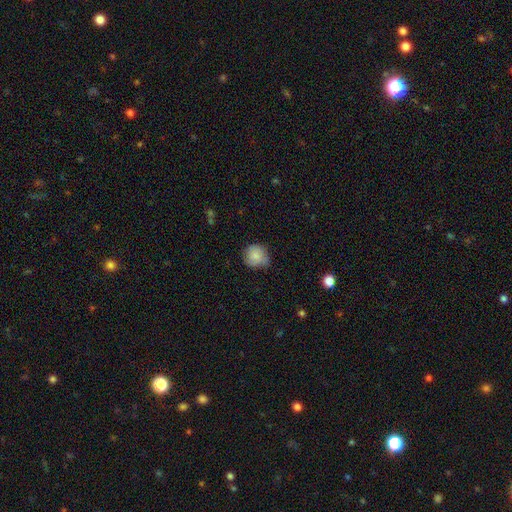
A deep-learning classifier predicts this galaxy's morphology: Q: Smooth or featured?
A: smooth (80%); runner-up: featured or disk (12%)
Q: How rounded?
A: round (85%); runner-up: in between (14%)
Q: Merging?
A: none (62%); runner-up: minor disturbance (31%)